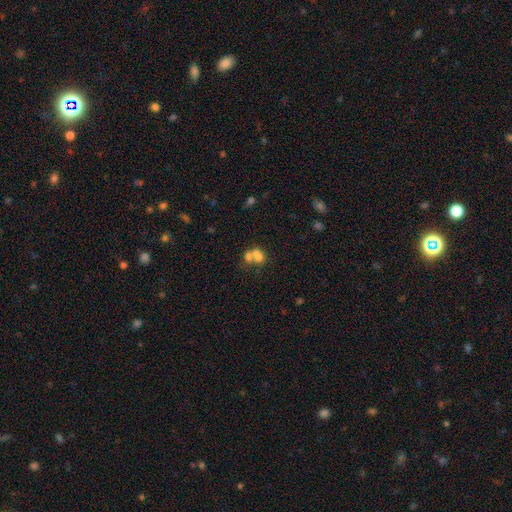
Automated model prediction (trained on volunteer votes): Smooth or featured?
  - smooth: 68% *
  - featured or disk: 18%
  - star or artifact: 14%
How rounded?
  - in between: 65% *
  - round: 33%
  - cigar-shaped: 2%
Merging?
  - merger: 63% *
  - none: 24%
  - minor disturbance: 7%
  - major disturbance: 6%